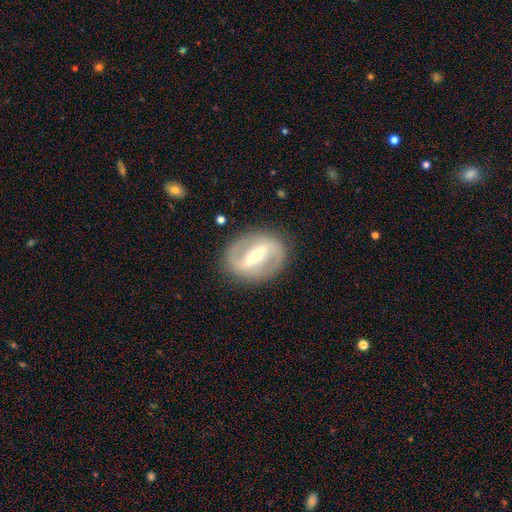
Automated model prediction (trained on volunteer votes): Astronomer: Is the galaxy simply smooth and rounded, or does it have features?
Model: featured or disk — 84%.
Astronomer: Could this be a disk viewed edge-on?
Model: no — 94%.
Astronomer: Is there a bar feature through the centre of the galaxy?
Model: strong — 73%.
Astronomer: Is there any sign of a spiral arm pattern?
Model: yes — 78%.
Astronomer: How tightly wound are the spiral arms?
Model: medium — 44% (runner-up: tight, 33%).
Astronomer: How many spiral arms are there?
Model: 2 — 87%.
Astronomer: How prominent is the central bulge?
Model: small — 50% (runner-up: moderate, 45%).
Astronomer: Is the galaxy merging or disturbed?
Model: none — 85%.